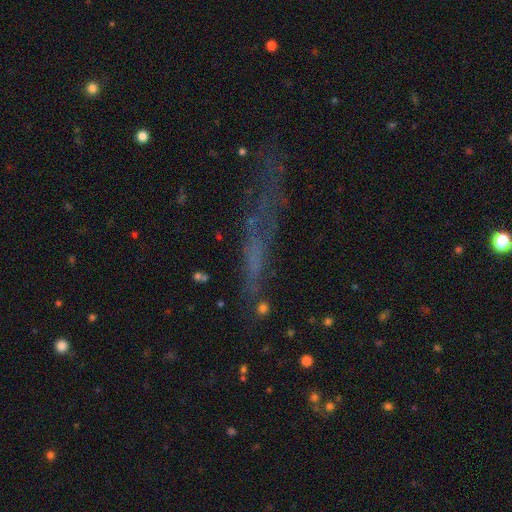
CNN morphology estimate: type=smooth (40%); merging=none (52%).